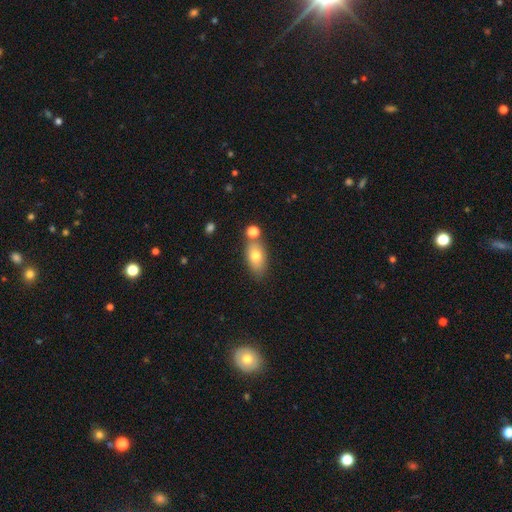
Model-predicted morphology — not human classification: This is likely a smooth galaxy (74%). How rounded: clearly in between (86%). Merging: likely none (67%).